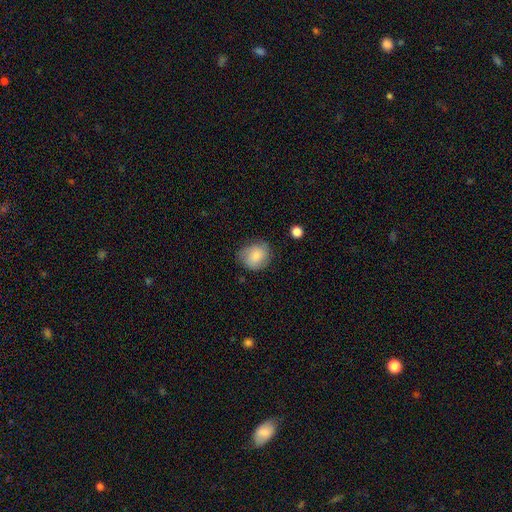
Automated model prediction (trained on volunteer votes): smooth 76%, featured or disk 16%, star or artifact 7%. Down the decision tree: how rounded — round (67%); merging — none (70%).